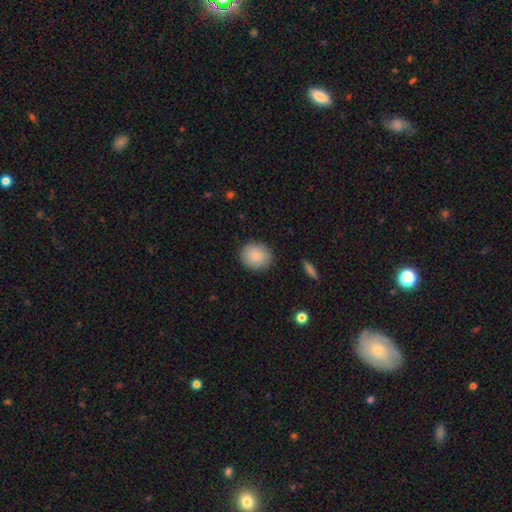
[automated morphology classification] A smooth galaxy with no disk features (86%) that is round (77%).

Vote fractions:
- Smooth or featured? smooth: 86% / star or artifact: 7% / featured or disk: 7%
- How rounded? round: 77% / in between: 22% / cigar-shaped: 1%
- Merging? none: 89% / minor disturbance: 8% / major disturbance: 2% / merger: 1%